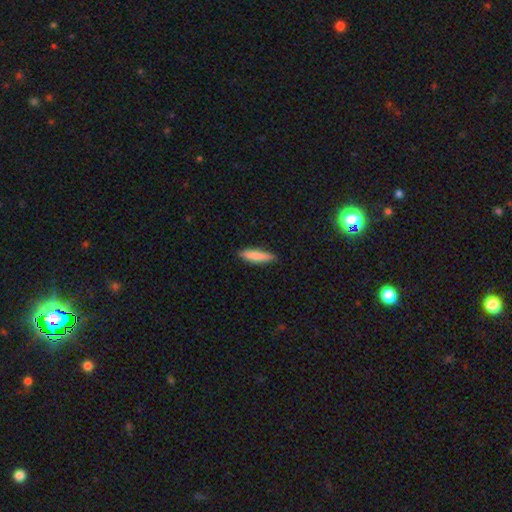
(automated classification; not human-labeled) Smooth or featured: smooth — 84% (featured or disk — 10%)
How rounded: cigar-shaped — 77% (in between — 21%)
Merging: none — 88% (minor disturbance — 9%)